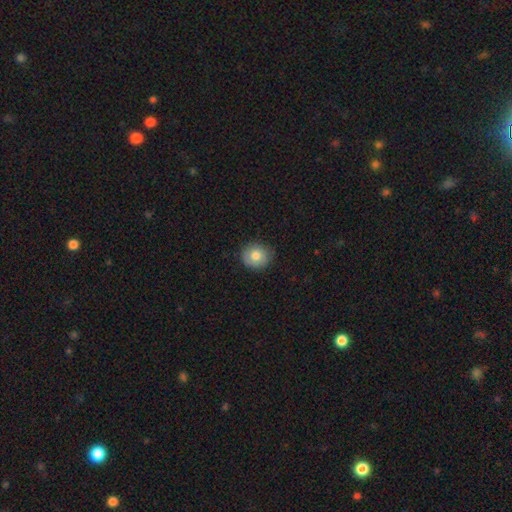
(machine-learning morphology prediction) The model was most divided on "smooth or featured": smooth: 78%, featured or disk: 13%, star or artifact: 9%. More confident: merging — none (85%); how rounded — round (84%).